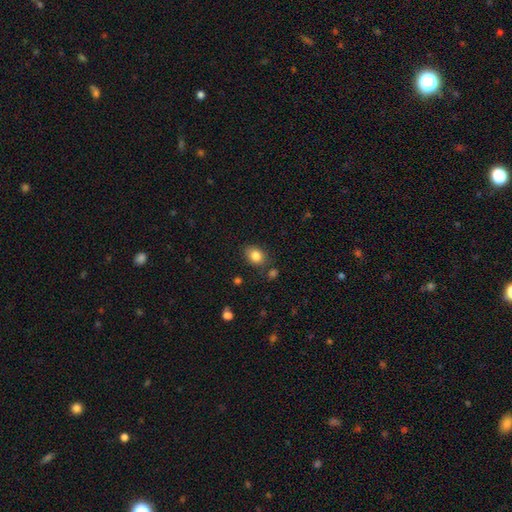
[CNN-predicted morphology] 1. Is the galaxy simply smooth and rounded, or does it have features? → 83% smooth, 10% star or artifact, 7% featured or disk.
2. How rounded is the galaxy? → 62% in between, 37% round, 1% cigar-shaped.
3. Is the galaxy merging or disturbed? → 79% none, 14% minor disturbance, 5% merger, 3% major disturbance.